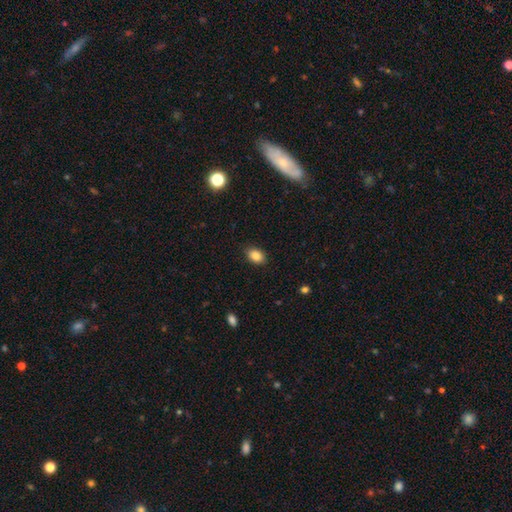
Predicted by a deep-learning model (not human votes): smooth 86%, star or artifact 9%, featured or disk 5%. Down the decision tree: how rounded — in between (80%); merging — none (87%).